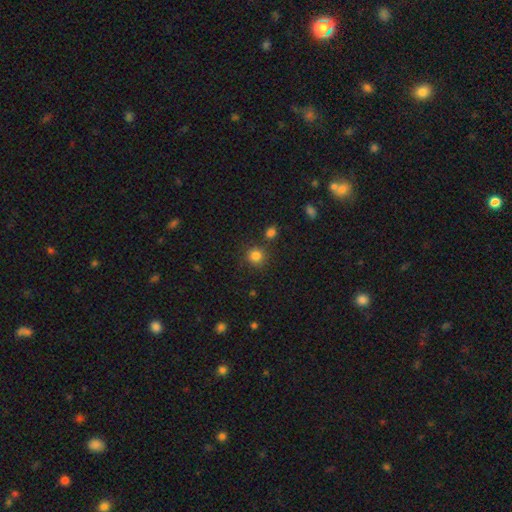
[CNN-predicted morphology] Smooth or featured: smooth — 82% (star or artifact — 13%)
How rounded: round — 91% (in between — 8%)
Merging: none — 80% (minor disturbance — 9%)